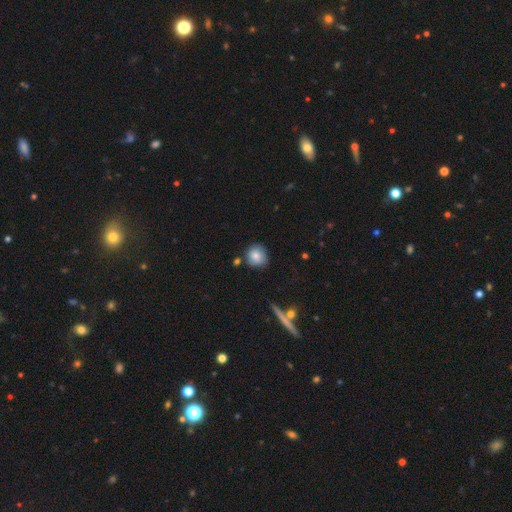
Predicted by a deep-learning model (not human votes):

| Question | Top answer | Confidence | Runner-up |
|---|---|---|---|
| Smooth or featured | smooth | 79% | featured or disk (12%) |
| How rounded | round | 90% | in between (9%) |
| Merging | none | 76% | minor disturbance (14%) |